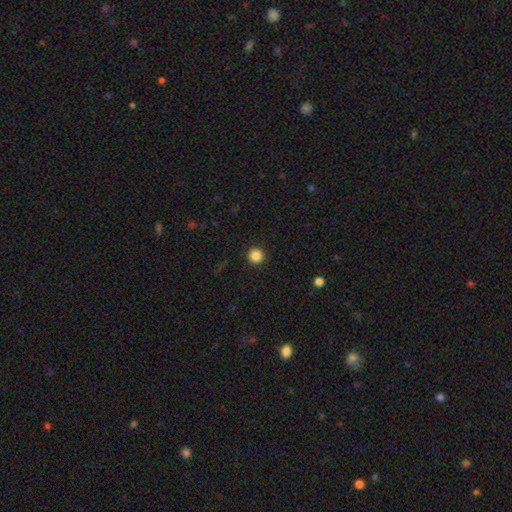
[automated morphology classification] Q: Smooth or featured?
A: smooth (85%); runner-up: star or artifact (11%)
Q: How rounded?
A: round (96%); runner-up: in between (3%)
Q: Merging?
A: none (93%); runner-up: minor disturbance (4%)